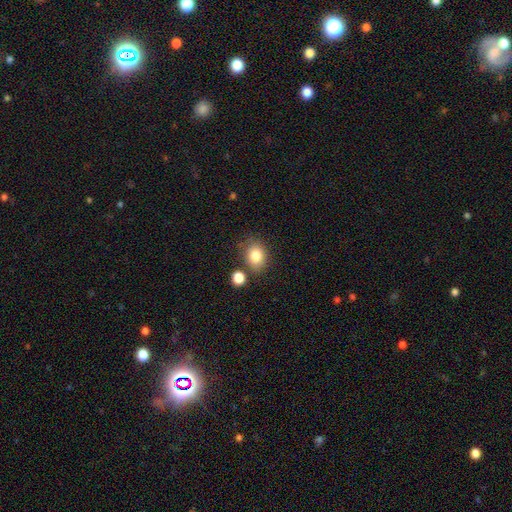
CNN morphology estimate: smooth_or_featured: smooth (p=0.84) [alt: star or artifact p=0.09]
how_rounded: in between (p=0.54) [alt: round p=0.45]
merging: none (p=0.71) [alt: minor disturbance p=0.14]